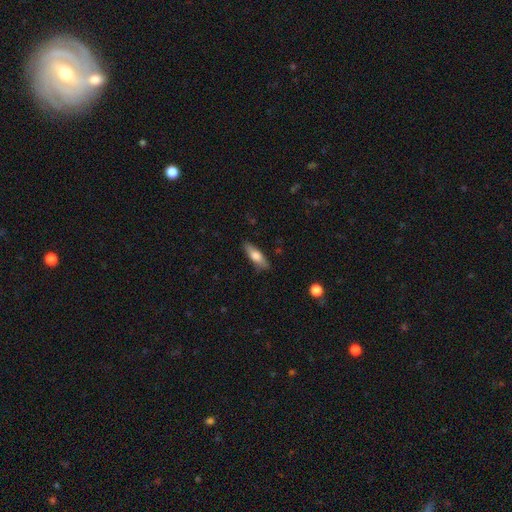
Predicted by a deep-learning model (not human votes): This is likely a smooth galaxy (69%). How rounded: possibly in between (51%). Merging: clearly none (82%).